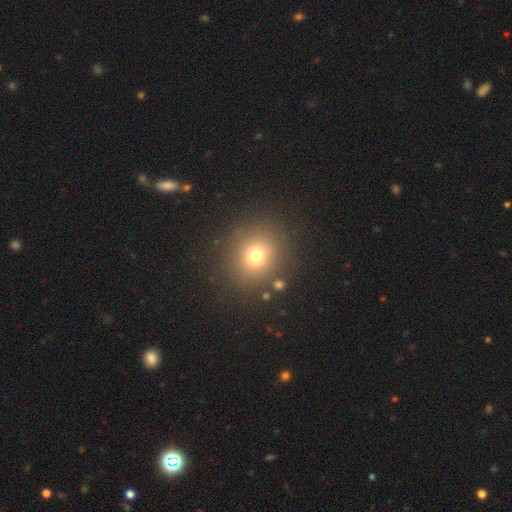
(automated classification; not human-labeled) This appears to be a smooth galaxy with no disk features (71%) that is round (84%). Merging: none (86%).